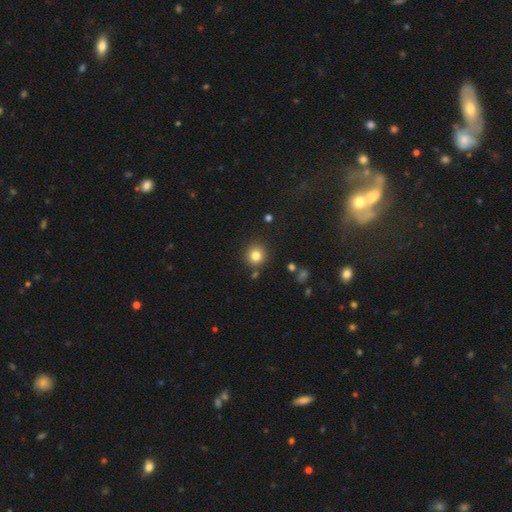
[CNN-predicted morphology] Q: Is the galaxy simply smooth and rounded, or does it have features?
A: smooth — 82%.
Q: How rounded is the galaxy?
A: round — 92%.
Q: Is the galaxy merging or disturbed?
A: none — 85%.